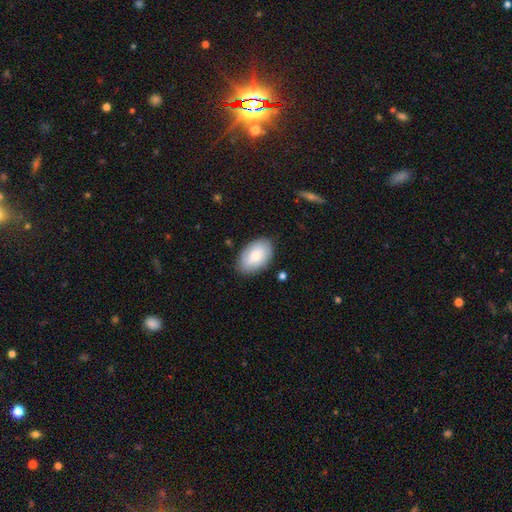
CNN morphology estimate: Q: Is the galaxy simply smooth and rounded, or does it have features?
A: smooth — 70%.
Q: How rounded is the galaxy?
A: in between — 91%.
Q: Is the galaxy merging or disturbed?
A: none — 82%.